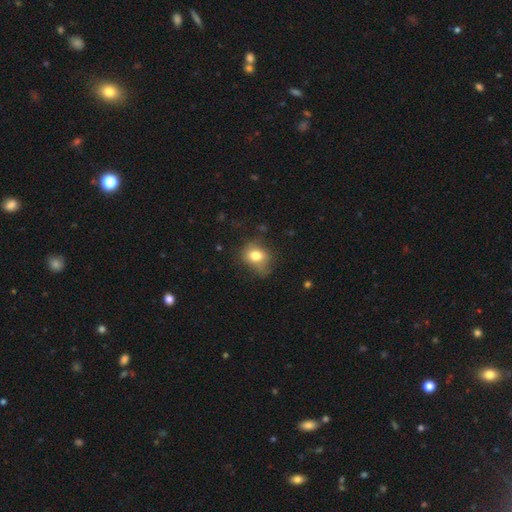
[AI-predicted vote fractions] A smooth galaxy with no disk features (76%) that is round (50%). Merging: none (52%).